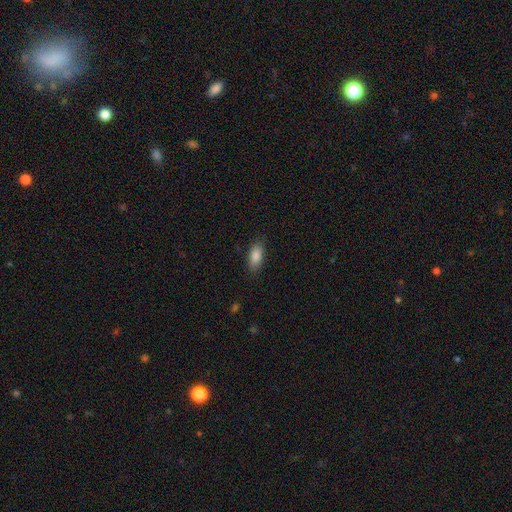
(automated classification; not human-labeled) A smooth galaxy with no disk features (87%) that is in between round and cigar-shaped (81%).

Vote fractions:
- Smooth or featured? smooth: 87% / star or artifact: 7% / featured or disk: 6%
- How rounded? in between: 81% / cigar-shaped: 17% / round: 2%
- Merging? none: 85% / minor disturbance: 11% / major disturbance: 3% / merger: 1%